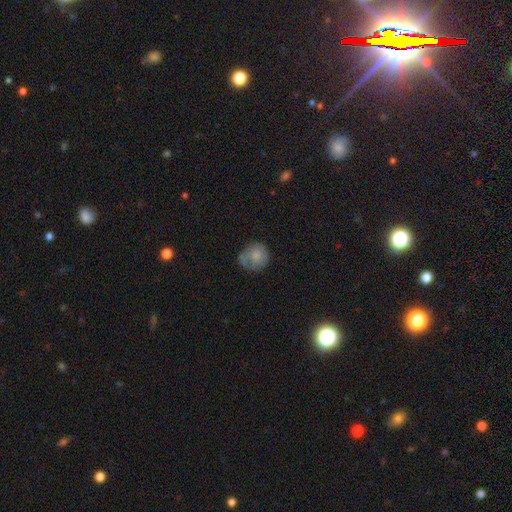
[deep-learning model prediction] Smooth or featured? Predicted: smooth (p=0.73). How rounded? Predicted: round (p=0.84). Merging? Predicted: none (p=0.60).